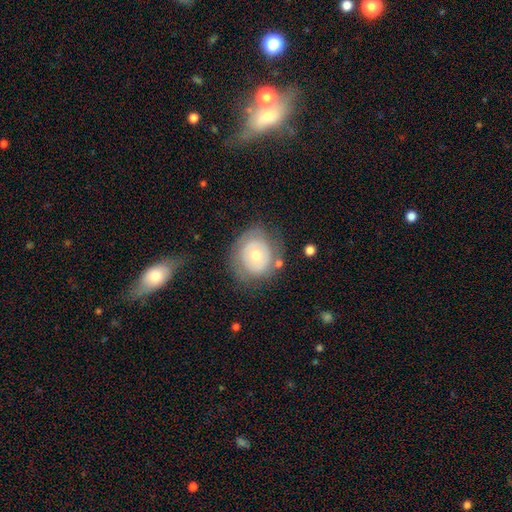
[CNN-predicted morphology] A featured or disk galaxy (55%) with no bar (84%), no spiral arms (63%) and a moderate central bulge (66%). Merging: none (70%).